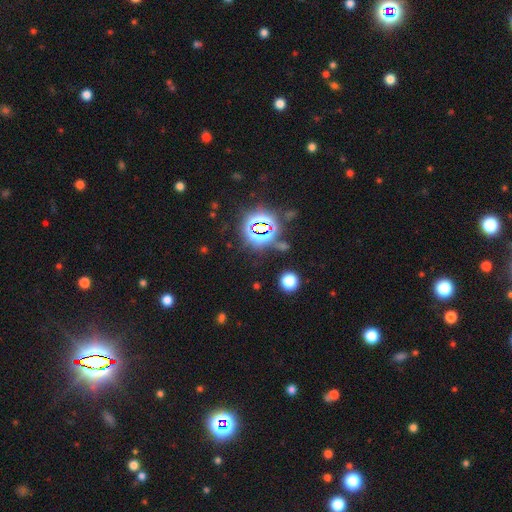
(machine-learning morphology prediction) Overall: star or artifact (83%).